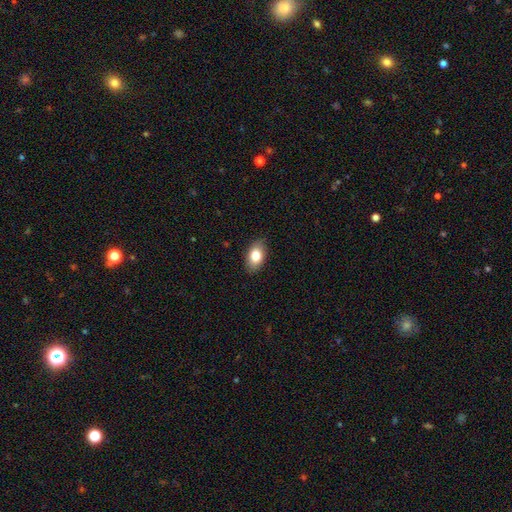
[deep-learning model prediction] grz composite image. It shows a smooth galaxy with no disk features (80%) that is in between round and cigar-shaped (89%). Merging: none (86%).